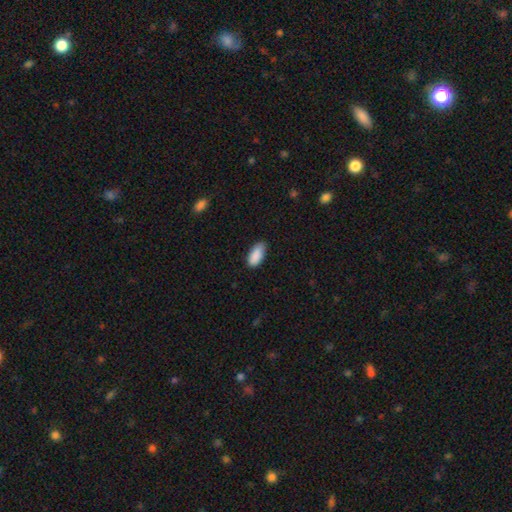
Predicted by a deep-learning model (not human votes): Smooth or featured?
  - smooth: 90% *
  - star or artifact: 6%
  - featured or disk: 4%
How rounded?
  - in between: 90% *
  - cigar-shaped: 8%
  - round: 2%
Merging?
  - none: 77% *
  - minor disturbance: 19%
  - major disturbance: 3%
  - merger: 1%